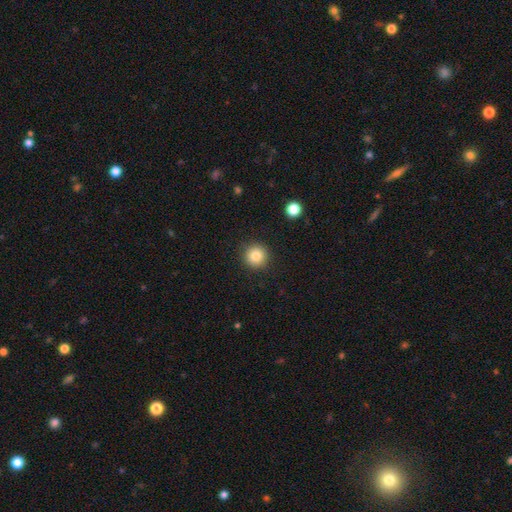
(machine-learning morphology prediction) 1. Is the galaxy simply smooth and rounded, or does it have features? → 84% smooth, 10% star or artifact, 6% featured or disk.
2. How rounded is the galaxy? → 95% round, 4% in between, 1% cigar-shaped.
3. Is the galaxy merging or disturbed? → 91% none, 6% minor disturbance, 2% major disturbance, 1% merger.